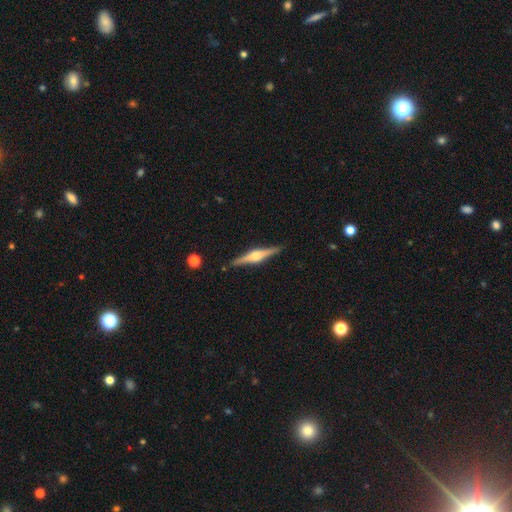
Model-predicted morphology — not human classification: smooth-or-featured: featured or disk: 81% | smooth: 14% | star or artifact: 5%
  disk-edge-on: yes: 98% | no: 2%
    edge-on-bulge: rounded: 87% | boxy: 11% | none: 2%
  merging: none: 90% | minor disturbance: 7% | major disturbance: 1% | merger: 1%